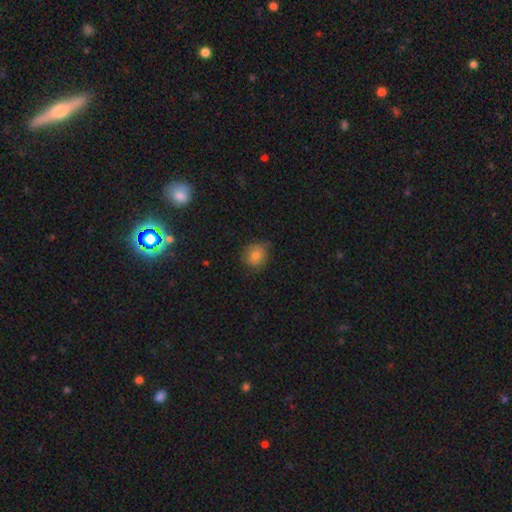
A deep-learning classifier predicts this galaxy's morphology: smooth-or-featured: smooth: 77% | star or artifact: 13% | featured or disk: 10%
  how-rounded: round: 77% | in between: 22% | cigar-shaped: 1%
  merging: none: 75% | minor disturbance: 20% | major disturbance: 4% | merger: 1%